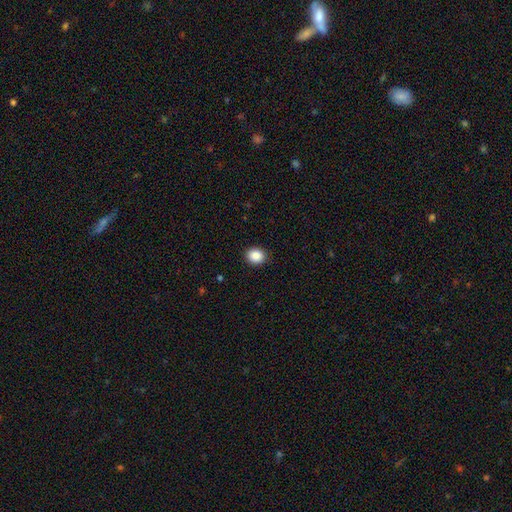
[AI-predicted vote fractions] Morphology: type=smooth (88%); roundness=round (71%); merging=none (91%).